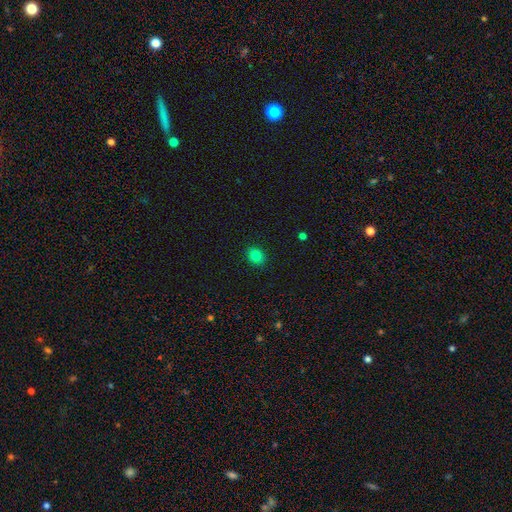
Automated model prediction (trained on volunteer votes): This is clearly a smooth galaxy (83%). How rounded: possibly round (54%). Merging: clearly none (90%).